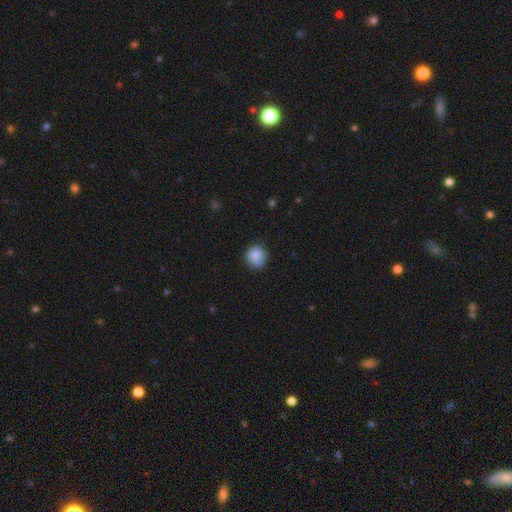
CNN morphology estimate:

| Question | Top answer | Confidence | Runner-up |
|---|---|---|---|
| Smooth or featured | smooth | 85% | star or artifact (8%) |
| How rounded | round | 88% | in between (11%) |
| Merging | none | 78% | minor disturbance (18%) |